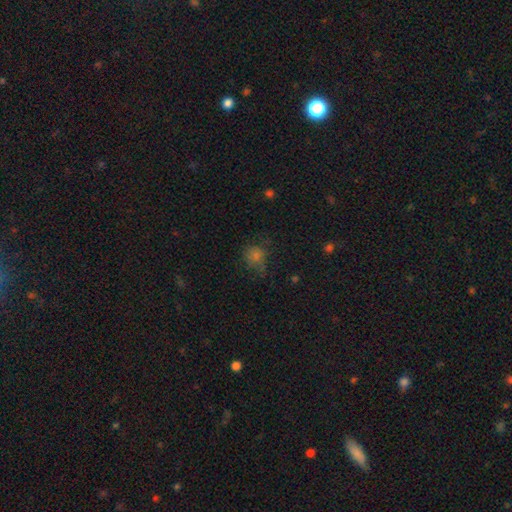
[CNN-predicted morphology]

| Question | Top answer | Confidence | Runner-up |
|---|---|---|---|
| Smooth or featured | smooth | 63% | star or artifact (26%) |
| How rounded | round | 74% | in between (25%) |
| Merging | none | 54% | minor disturbance (25%) |